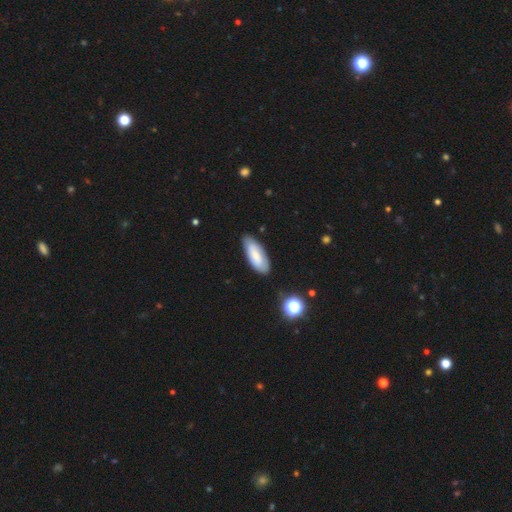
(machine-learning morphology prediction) type=smooth (72%); roundness=in between (75%); merging=none (80%).